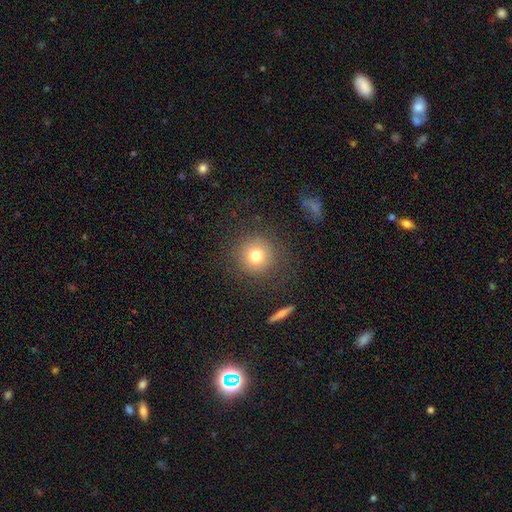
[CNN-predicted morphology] Smooth or featured? smooth (77%)
How rounded? round (93%)
Merging? none (85%)